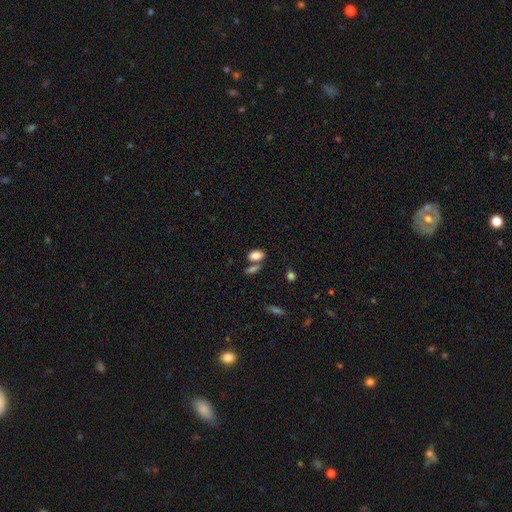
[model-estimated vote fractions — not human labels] Overall: smooth (84%). How rounded: in between (89%). Merging: none (55%; merger 28%).